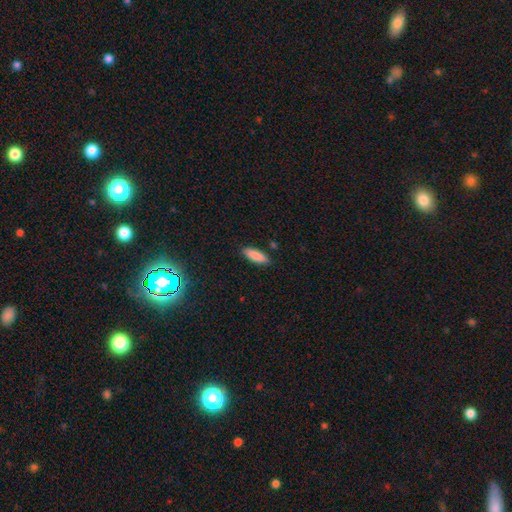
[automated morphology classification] type=smooth (87%); roundness=in between (53%); merging=none (87%).